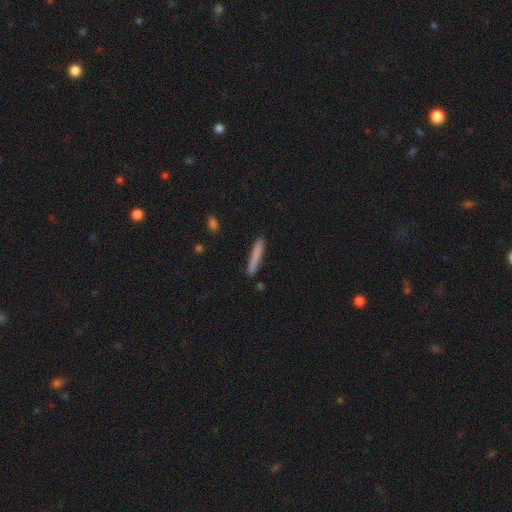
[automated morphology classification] A smooth galaxy with no disk features (80%) that is cigar-shaped (95%). Merging: none (87%).